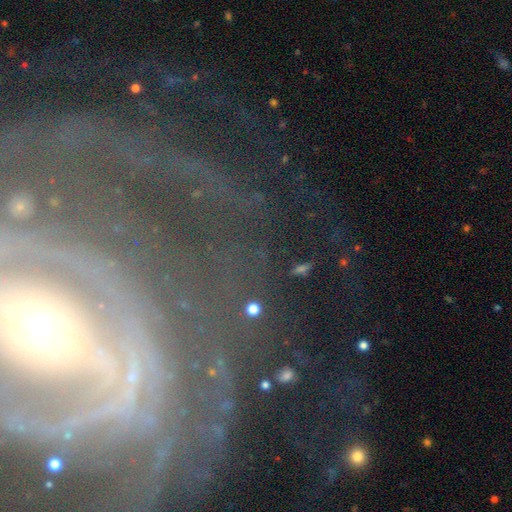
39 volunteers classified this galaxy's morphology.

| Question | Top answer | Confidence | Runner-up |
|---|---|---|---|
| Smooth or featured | featured or disk | 85% | smooth (13%) |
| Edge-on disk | no | 97% | yes (3%) |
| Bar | strong | 53% | no (25%) |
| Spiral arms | yes | 100% | — |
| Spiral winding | tight | 47% | tied: medium (47%) |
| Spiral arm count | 2 | 34% | tied: 3 (34%) |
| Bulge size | small | 59% | moderate (25%) |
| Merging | none | 84% | minor disturbance (13%) |